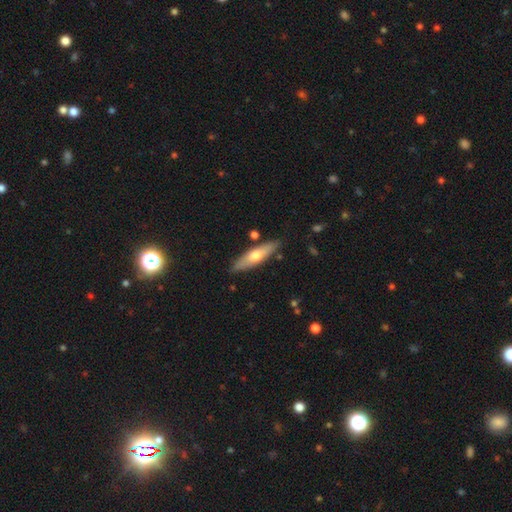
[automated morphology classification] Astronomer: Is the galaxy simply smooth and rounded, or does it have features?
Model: smooth — 51% (runner-up: featured or disk, 43%).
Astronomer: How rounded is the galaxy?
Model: cigar-shaped — 67%.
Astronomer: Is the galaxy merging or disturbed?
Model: none — 84%.